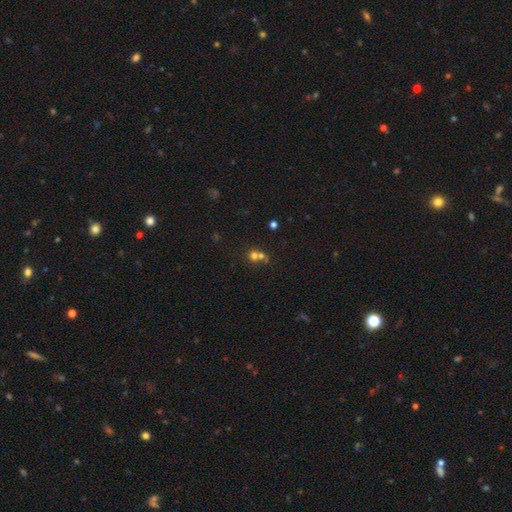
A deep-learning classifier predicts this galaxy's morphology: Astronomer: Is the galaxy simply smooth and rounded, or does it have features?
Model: smooth — 65%.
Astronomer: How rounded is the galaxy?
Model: round — 82%.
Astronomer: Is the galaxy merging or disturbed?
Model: merger — 54% (runner-up: none, 36%).